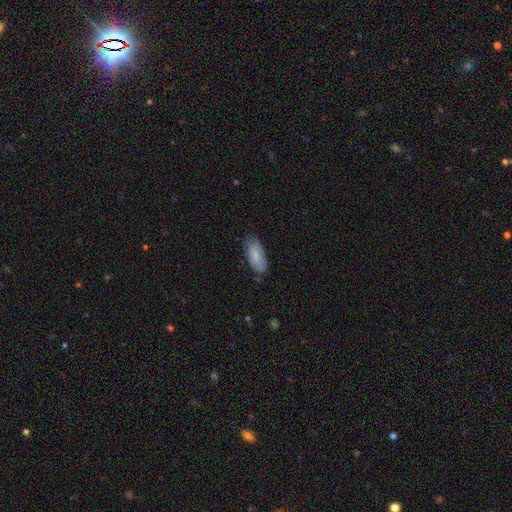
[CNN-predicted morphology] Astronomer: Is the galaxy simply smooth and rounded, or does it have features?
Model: smooth — 79%.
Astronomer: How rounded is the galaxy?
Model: in between — 83%.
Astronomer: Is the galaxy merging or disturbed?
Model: none — 75%.